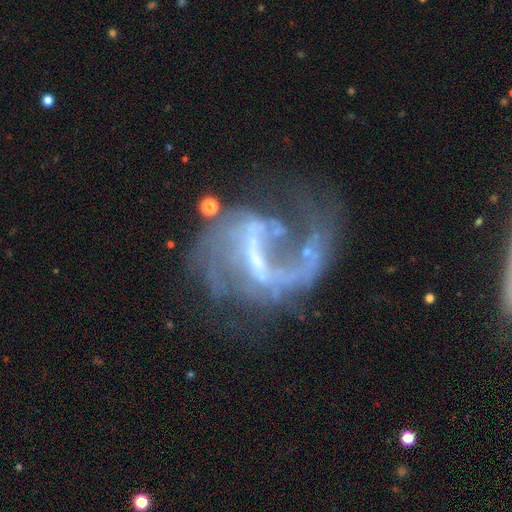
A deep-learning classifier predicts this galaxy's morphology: Overall: featured or disk (87%). Edge-on disk: no (98%). Bar: strong (45%; weak 41%). Spiral arms: yes (88%). Spiral arm count: 2 (46%; 1 36%). Spiral winding: loose (63%; medium 29%). Bulge size: small (52%; none 30%). Merging: major disturbance (40%; none 38%).